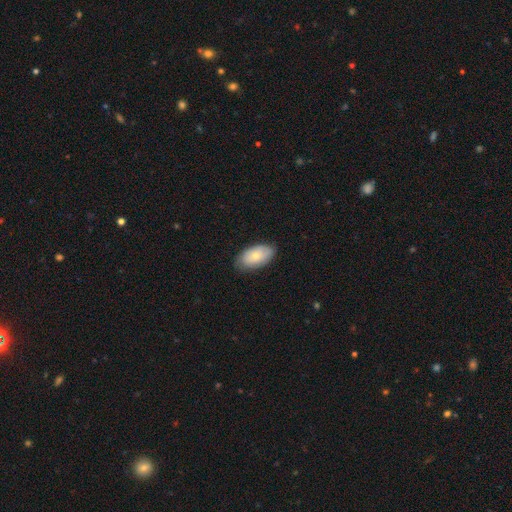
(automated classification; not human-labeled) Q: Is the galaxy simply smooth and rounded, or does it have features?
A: smooth — 71%.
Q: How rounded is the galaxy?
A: in between — 94%.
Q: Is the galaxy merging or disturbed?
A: none — 80%.